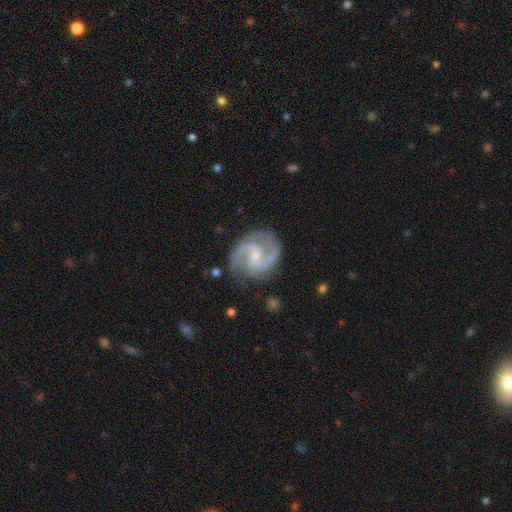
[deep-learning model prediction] Smooth or featured?
  - featured or disk: 92% *
  - smooth: 4%
  - star or artifact: 4%
Edge-on disk?
  - no: 98% *
  - yes: 2%
Bar?
  - weak: 47% *
  - no: 40%
  - strong: 13%
Spiral arms?
  - yes: 98% *
  - no: 2%
Spiral winding?
  - medium: 63% *
  - tight: 22%
  - loose: 16%
Spiral arm count?
  - 2: 90% *
  - 3: 4%
  - can't tell: 2%
  - 1: 1%
  - 4: 1%
  - more than 4: 1%
Bulge size?
  - small: 67% *
  - moderate: 28%
  - none: 4%
  - large: 1%
  - dominant: 1%
Merging?
  - none: 79% *
  - minor disturbance: 15%
  - major disturbance: 5%
  - merger: 1%